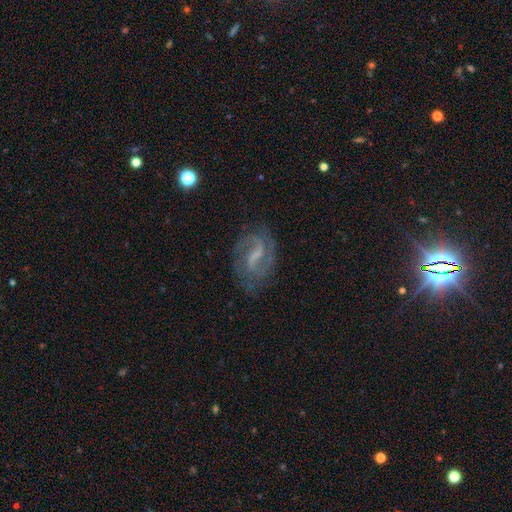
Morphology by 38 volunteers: Q: Smooth or featured?
A: featured or disk (87%); runner-up: star or artifact (8%)
Q: Edge-on disk?
A: no (94%); runner-up: yes (6%)
Q: Bar?
A: weak (42%); tied with: no (42%)
Q: Spiral arms?
A: yes (94%); runner-up: no (6%)
Q: Spiral winding?
A: loose (59%); runner-up: medium (38%)
Q: Spiral arm count?
A: 2 (66%); runner-up: 1 (17%)
Q: Bulge size?
A: none (74%); runner-up: small (19%)
Q: Merging?
A: none (54%); runner-up: minor disturbance (31%)